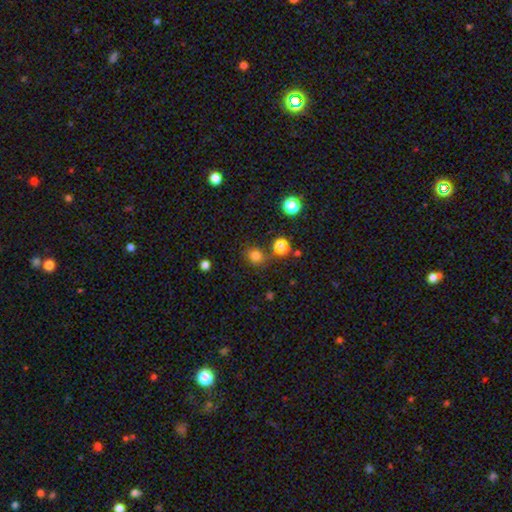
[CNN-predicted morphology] Smooth or featured? smooth (78%)
How rounded? round (80%)
Merging? none (75%)